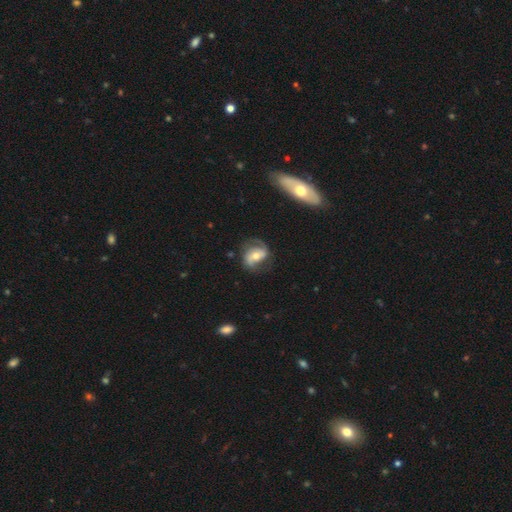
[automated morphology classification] featured or disk 75%, smooth 18%, star or artifact 7%. Down the decision tree: edge-on disk — no (97%); bar — no (42%); spiral arms — yes (91%); spiral arm count — 2 (85%); spiral winding — medium (45%); bulge size — moderate (64%); merging — none (66%).